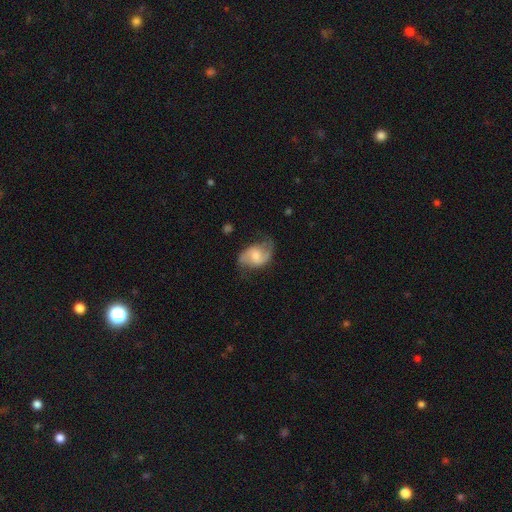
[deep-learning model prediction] Smooth or featured? featured or disk (73%)
Edge-on disk? no (97%)
Bar? weak (47%)
Spiral arms? yes (93%)
Spiral winding? loose (44%)
Spiral arm count? 2 (88%)
Bulge size? moderate (48%)
Merging? none (64%)